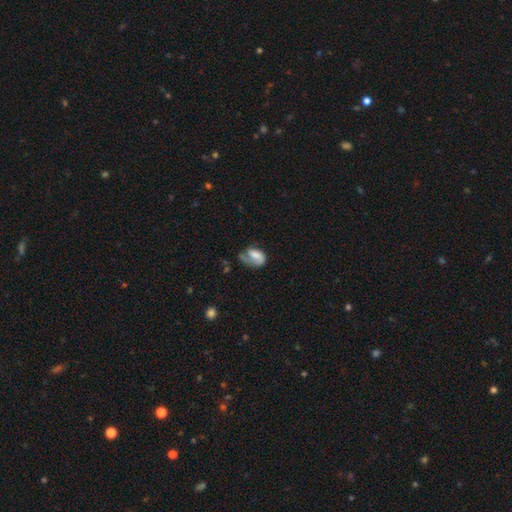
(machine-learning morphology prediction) A featured or disk galaxy (56%) with no bar (47%), spiral arms (84%) and a moderate central bulge (31%).

Vote fractions:
- Smooth or featured? featured or disk: 56% / smooth: 37% / star or artifact: 8%
- Edge-on disk? no: 97% / yes: 3%
- Bar? no: 47% / weak: 37% / strong: 16%
- Spiral arms? yes: 84% / no: 16%
- Bulge size? moderate: 31% / small: 24% / none: 22% / large: 20% / dominant: 4%
- Merging? none: 36% / major disturbance: 35% / minor disturbance: 26% / merger: 4%